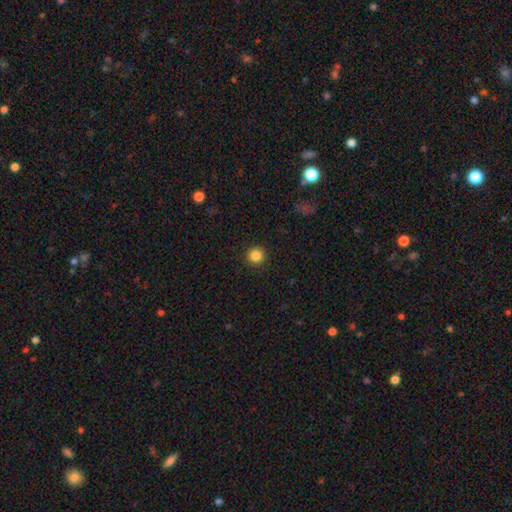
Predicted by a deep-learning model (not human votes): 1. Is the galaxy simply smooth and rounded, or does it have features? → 85% smooth, 11% star or artifact, 4% featured or disk.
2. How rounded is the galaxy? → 96% round, 3% in between, 1% cigar-shaped.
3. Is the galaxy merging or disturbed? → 93% none, 5% minor disturbance, 2% major disturbance, 1% merger.